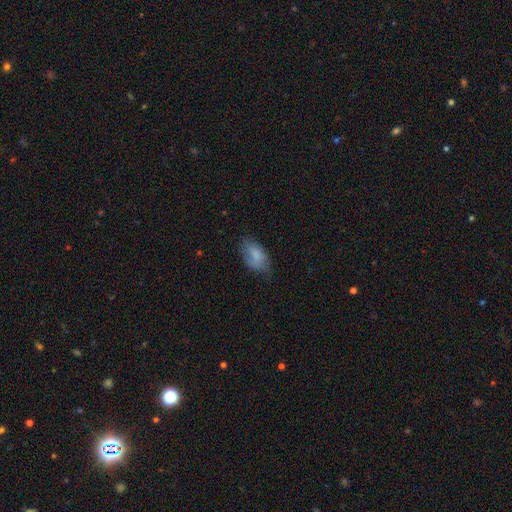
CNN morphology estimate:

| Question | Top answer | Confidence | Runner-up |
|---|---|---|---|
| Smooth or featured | smooth | 77% | featured or disk (16%) |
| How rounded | in between | 93% | round (5%) |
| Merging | none | 56% | minor disturbance (32%) |